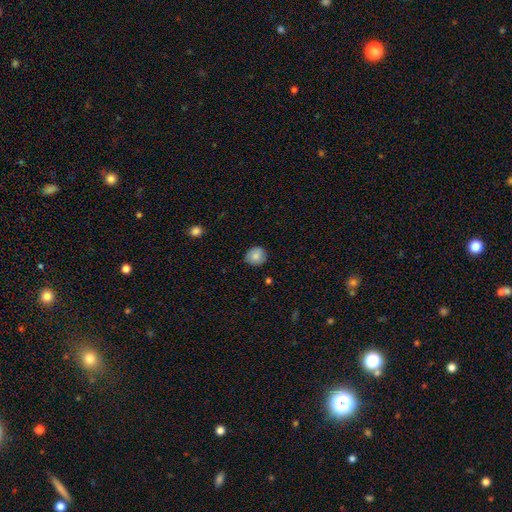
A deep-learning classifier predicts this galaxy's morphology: Overall: smooth (82%). How rounded: round (83%). Merging: none (83%).